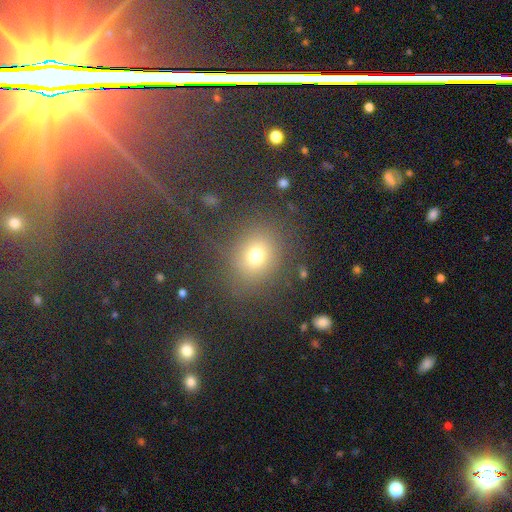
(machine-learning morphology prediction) The model was most divided on "how rounded": round: 70%, in between: 29%, cigar-shaped: 1%. More confident: merging — none (77%); smooth or featured — smooth (72%).